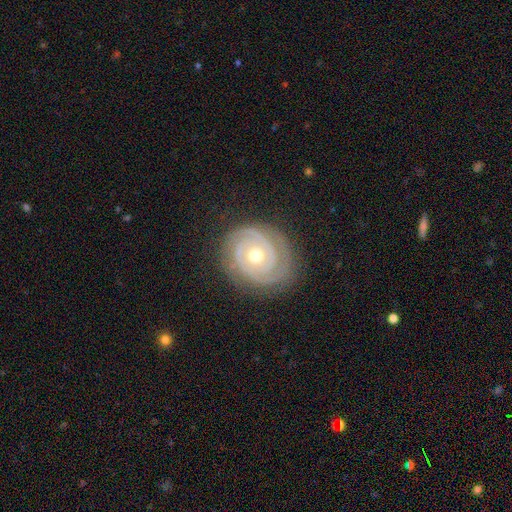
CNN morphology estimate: Smooth or featured? Predicted: featured or disk (p=0.90). Edge-on disk? Predicted: no (p=0.97). Bar? Predicted: no (p=0.78). Spiral arms? Predicted: yes (p=0.97). Spiral winding? Predicted: tight (p=0.83). Spiral arm count? Predicted: 2 (p=0.72). Bulge size? Predicted: moderate (p=0.63). Merging? Predicted: none (p=0.83).